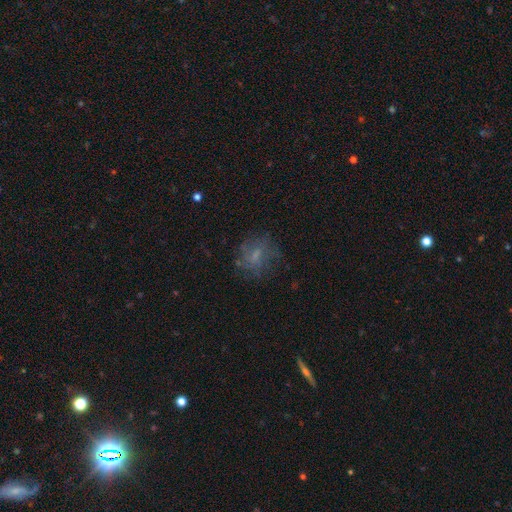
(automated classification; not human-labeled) Smooth or featured?
  - smooth: 46% *
  - featured or disk: 39%
  - star or artifact: 15%
Merging?
  - none: 64% *
  - minor disturbance: 19%
  - major disturbance: 15%
  - merger: 2%